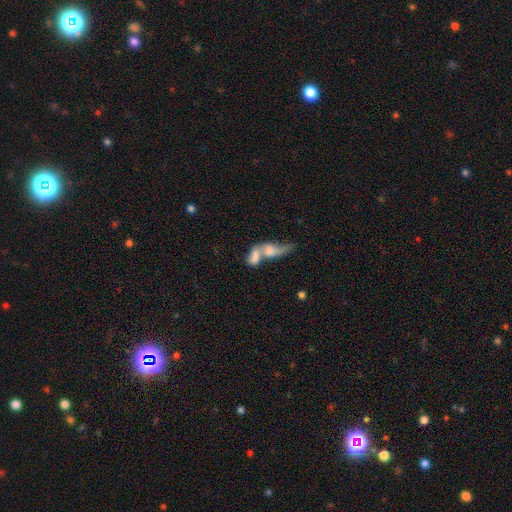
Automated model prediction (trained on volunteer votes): This appears to be a smooth galaxy with no disk features (58%) that is in between round and cigar-shaped (73%). Merging: merger (78%).